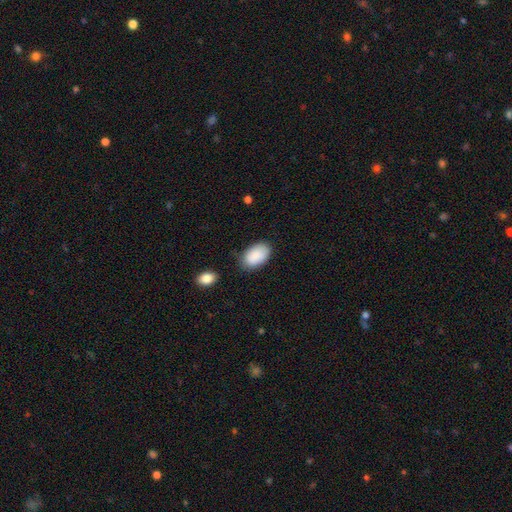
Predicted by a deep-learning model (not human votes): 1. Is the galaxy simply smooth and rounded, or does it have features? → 89% smooth, 6% star or artifact, 5% featured or disk.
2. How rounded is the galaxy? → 93% in between, 5% round, 1% cigar-shaped.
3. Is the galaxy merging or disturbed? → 77% none, 17% minor disturbance, 4% major disturbance, 3% merger.